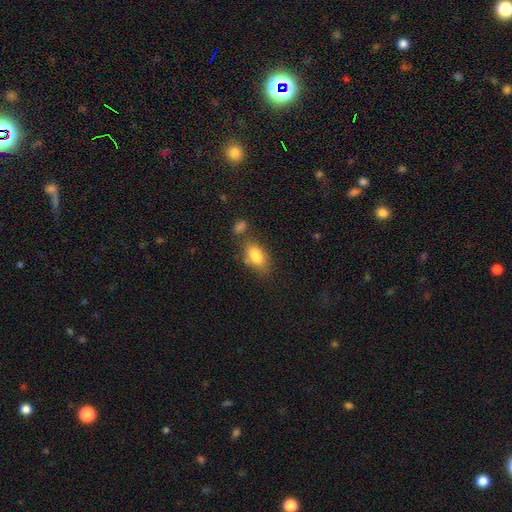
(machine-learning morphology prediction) This appears to be a smooth galaxy with no disk features (80%) that is in between round and cigar-shaped (87%). Merging: none (50%).